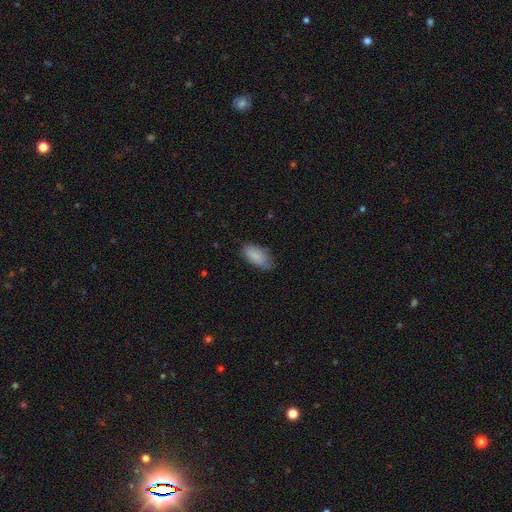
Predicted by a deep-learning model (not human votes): Smooth or featured: smooth — 88% (star or artifact — 6%)
How rounded: in between — 93% (cigar-shaped — 5%)
Merging: none — 70% (minor disturbance — 24%)